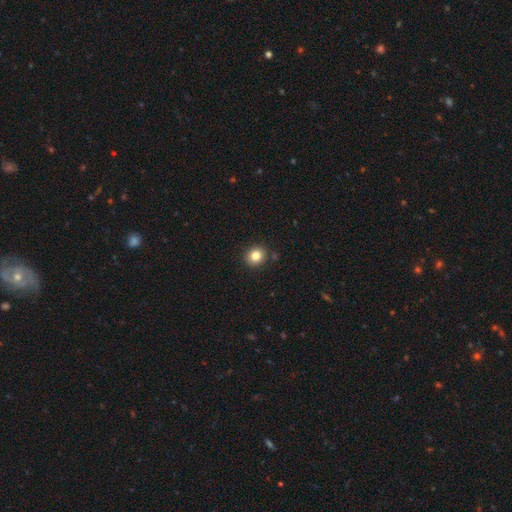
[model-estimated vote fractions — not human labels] smooth-or-featured: smooth: 82% | star or artifact: 11% | featured or disk: 7%
  how-rounded: round: 78% | in between: 21% | cigar-shaped: 1%
  merging: none: 88% | minor disturbance: 8% | merger: 2% | major disturbance: 2%